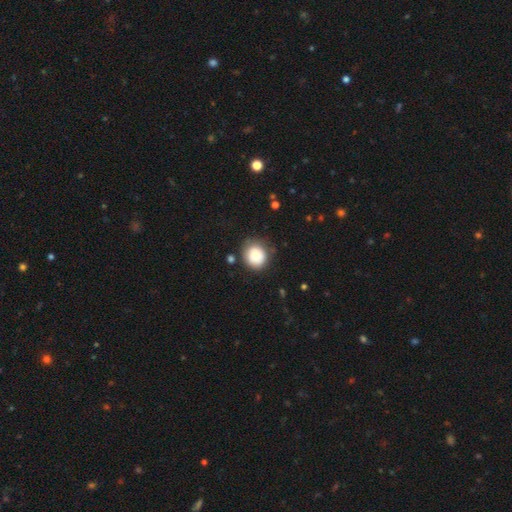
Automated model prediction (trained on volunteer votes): Overall: smooth (82%). How rounded: round (83%). Merging: none (74%).